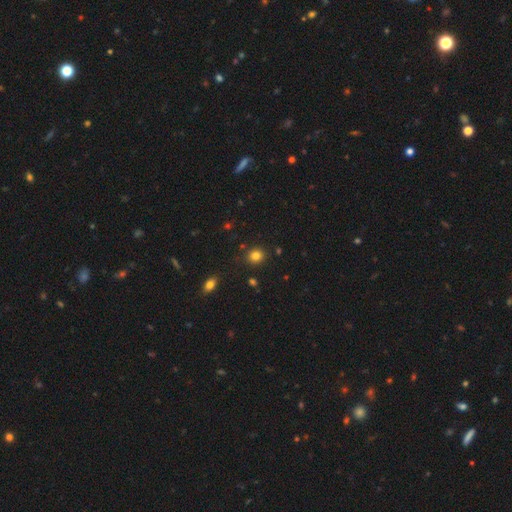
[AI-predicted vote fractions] Smooth or featured: smooth — 82% (star or artifact — 13%)
How rounded: round — 80% (in between — 19%)
Merging: none — 87% (minor disturbance — 8%)